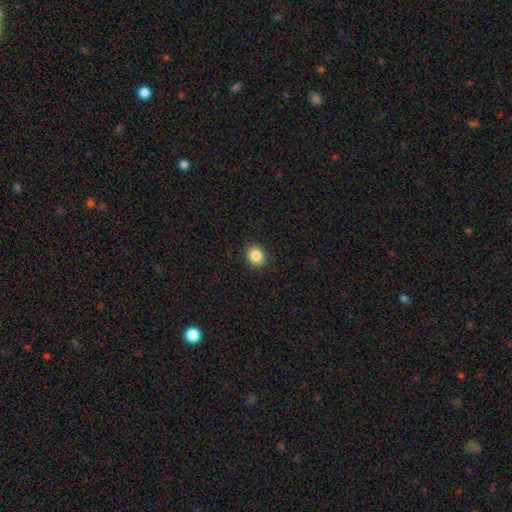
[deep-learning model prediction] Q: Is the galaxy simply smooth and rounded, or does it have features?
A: smooth — 85%.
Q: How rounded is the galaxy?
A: round — 66%.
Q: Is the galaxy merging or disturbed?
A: none — 90%.